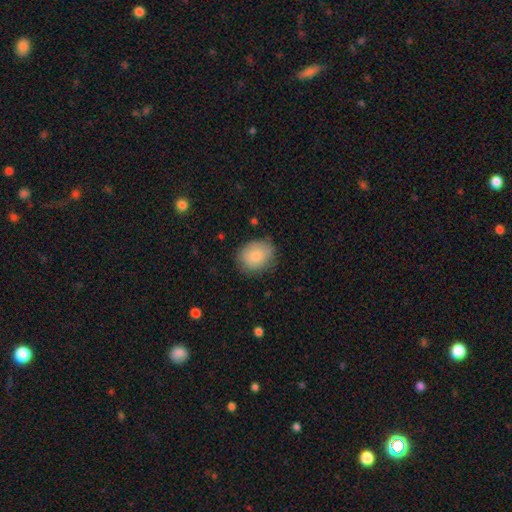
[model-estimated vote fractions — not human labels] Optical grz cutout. It shows a smooth galaxy with no disk features (85%) that is round (55%). Merging: none (77%).